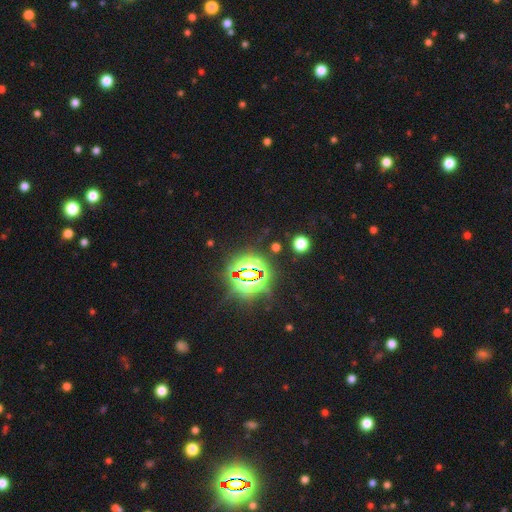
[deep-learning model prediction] Overall: star or artifact (81%).